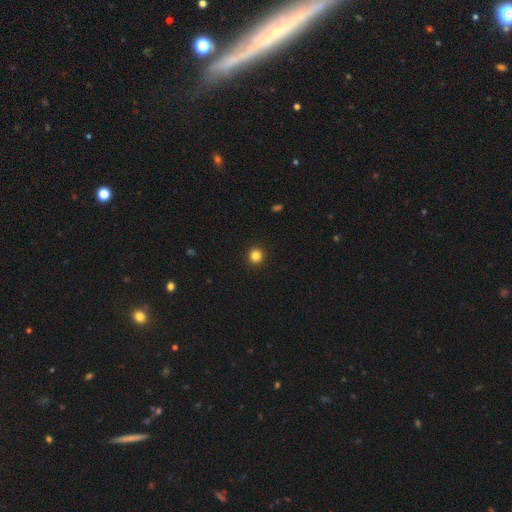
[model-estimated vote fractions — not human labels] Morphology: type=smooth (83%); roundness=round (94%); merging=none (94%).